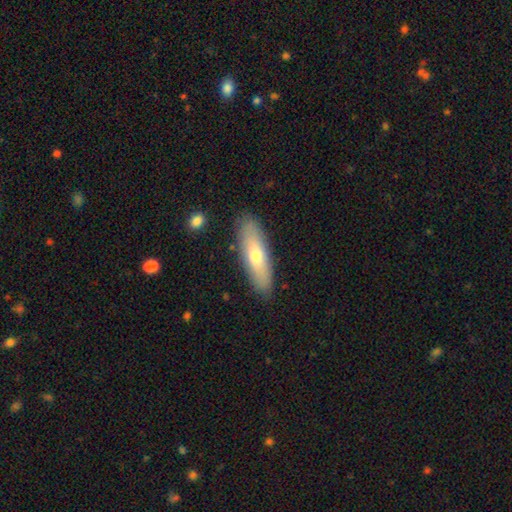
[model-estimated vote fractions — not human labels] smooth 62%, featured or disk 31%, star or artifact 6%. Down the decision tree: how rounded — cigar-shaped (55%); merging — none (88%).